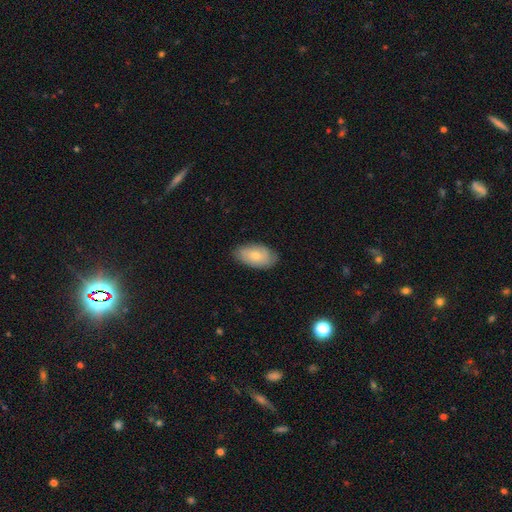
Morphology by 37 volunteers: Smooth or featured: smooth — 76% (featured or disk — 22%)
How rounded: in between — 93% (round — 7%)
Merging: none — 72% (minor disturbance — 19%)